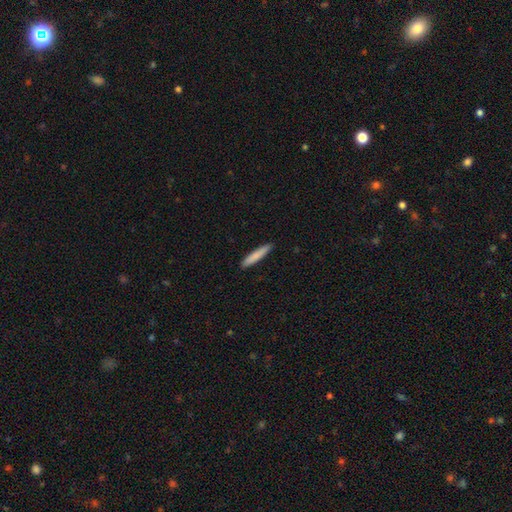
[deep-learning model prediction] A smooth galaxy with no disk features (81%) that is cigar-shaped (93%). Merging: none (91%).